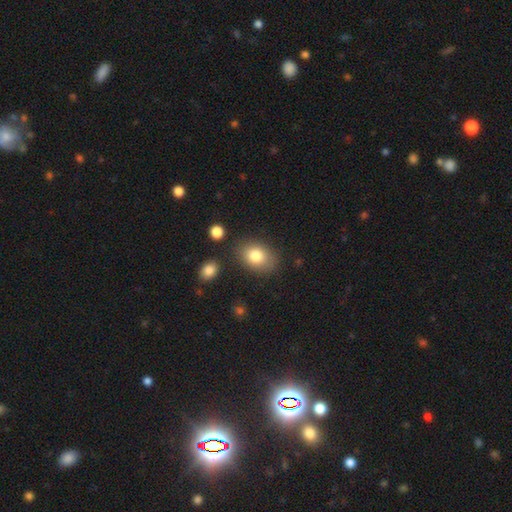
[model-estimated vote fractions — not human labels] This appears to be a smooth galaxy with no disk features (81%) that is in between round and cigar-shaped (67%). Merging: none (79%).